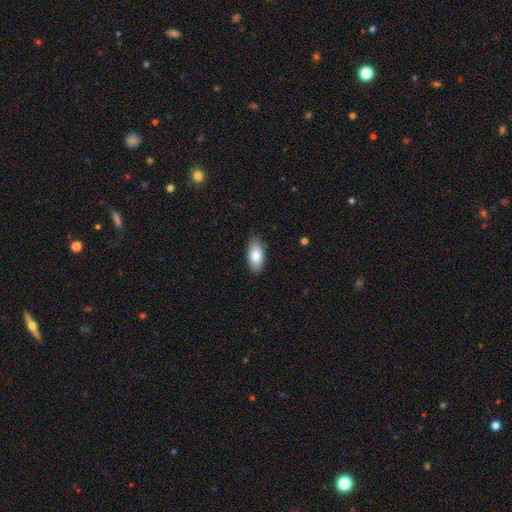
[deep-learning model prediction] A smooth galaxy with no disk features (84%) that is in between round and cigar-shaped (91%).

Vote fractions:
- Smooth or featured? smooth: 84% / featured or disk: 10% / star or artifact: 6%
- How rounded? in between: 91% / cigar-shaped: 7% / round: 2%
- Merging? none: 86% / minor disturbance: 11% / major disturbance: 2% / merger: 1%